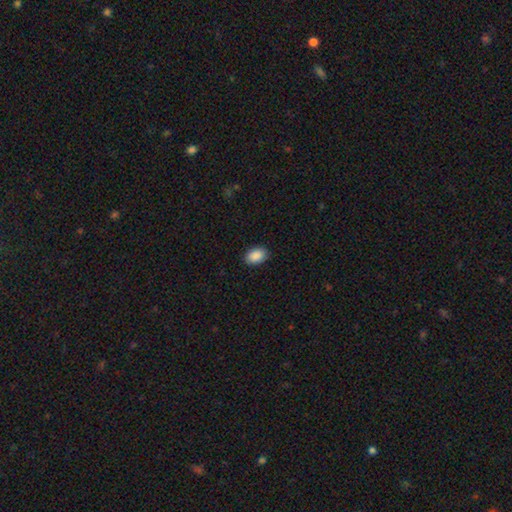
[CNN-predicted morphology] This is clearly a smooth galaxy (90%). How rounded: clearly in between (86%). Merging: clearly none (89%).